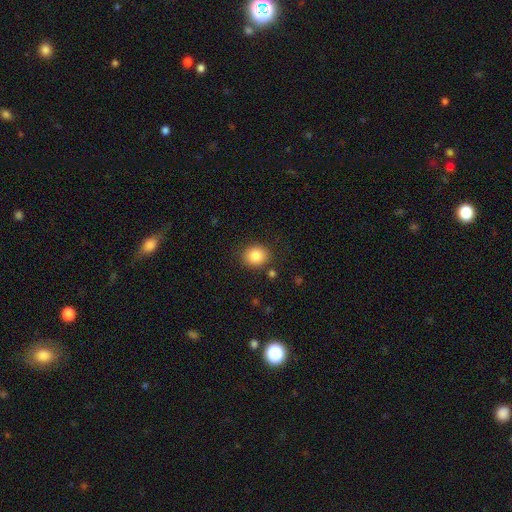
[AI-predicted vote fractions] A smooth galaxy with no disk features (86%) that is round (74%). Merging: none (85%).